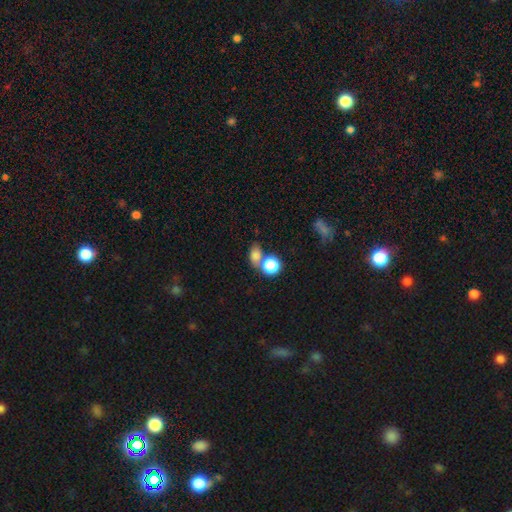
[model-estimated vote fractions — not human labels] Smooth or featured? smooth (75%)
How rounded? in between (62%)
Merging? none (49%)